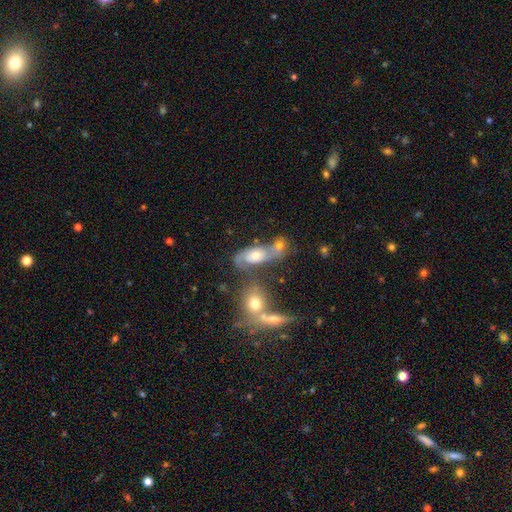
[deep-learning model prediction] The model was most divided on "merging": merger: 36%, none: 34%, minor disturbance: 16%, major disturbance: 13%. More confident: edge-on disk — no (91%); spiral arms — yes (76%); bar — no (73%); bulge size — moderate (65%); smooth or featured — featured or disk (57%).